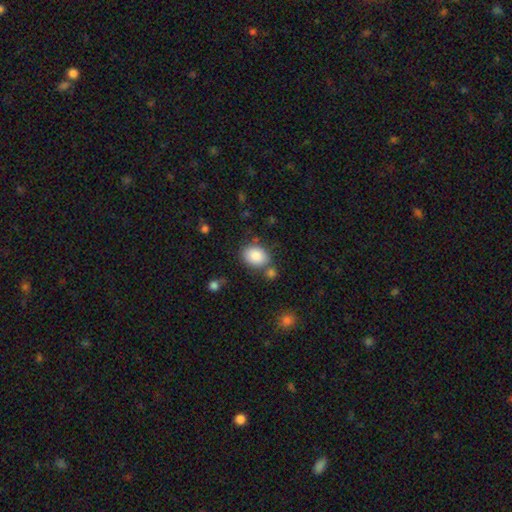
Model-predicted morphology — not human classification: A smooth galaxy with no disk features (86%) that is in between round and cigar-shaped (67%). Merging: none (71%).